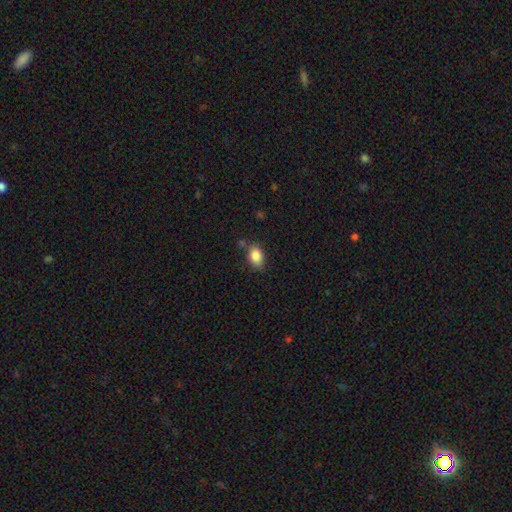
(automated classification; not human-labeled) A smooth galaxy with no disk features (87%) that is in between round and cigar-shaped (80%).

Vote fractions:
- Smooth or featured? smooth: 87% / star or artifact: 8% / featured or disk: 5%
- How rounded? in between: 80% / round: 18% / cigar-shaped: 1%
- Merging? none: 73% / minor disturbance: 18% / merger: 5% / major disturbance: 4%